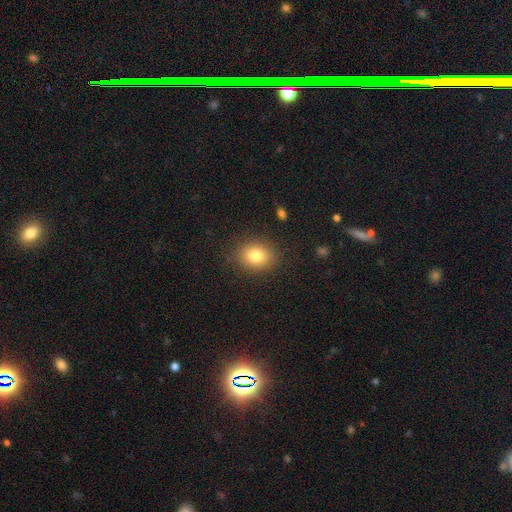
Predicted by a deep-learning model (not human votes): The model was most divided on "how rounded": round: 54%, in between: 45%, cigar-shaped: 1%. More confident: merging — none (86%); smooth or featured — smooth (80%).